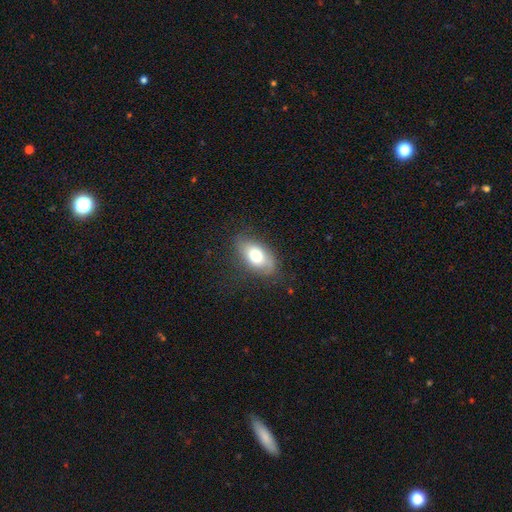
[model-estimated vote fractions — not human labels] Smooth or featured? Predicted: smooth (p=0.67). How rounded? Predicted: in between (p=0.90). Merging? Predicted: none (p=0.75).